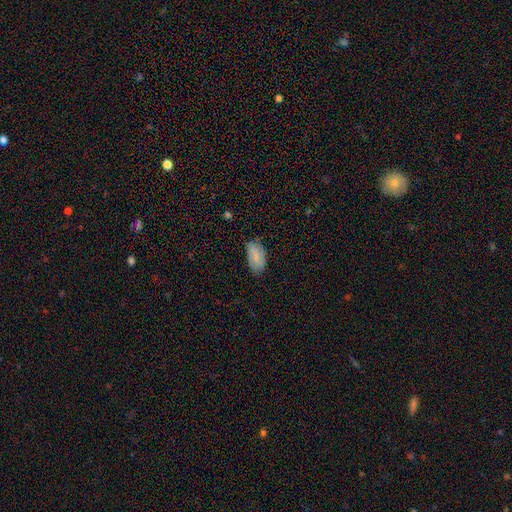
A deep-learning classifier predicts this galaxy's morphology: type=smooth (71%); roundness=in between (94%); merging=none (74%).